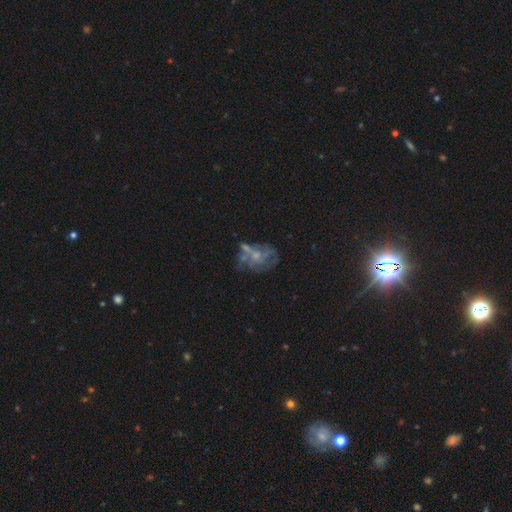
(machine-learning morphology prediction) A featured or disk galaxy (65%) with no bar (79%), no spiral arms (54%) and a small central bulge (52%).

Vote fractions:
- Smooth or featured? featured or disk: 65% / smooth: 22% / star or artifact: 13%
- Edge-on disk? no: 98% / yes: 2%
- Bar? no: 79% / weak: 18% / strong: 3%
- Spiral arms? no: 54% / yes: 46%
- Bulge size? small: 52% / moderate: 28% / none: 17% / large: 2% / dominant: 1%
- Merging? none: 39% / major disturbance: 26% / minor disturbance: 20% / merger: 15%